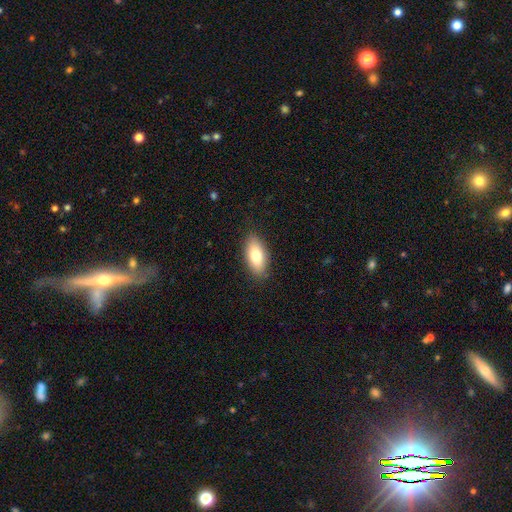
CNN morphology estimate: Smooth or featured? smooth (80%)
How rounded? in between (88%)
Merging? none (86%)